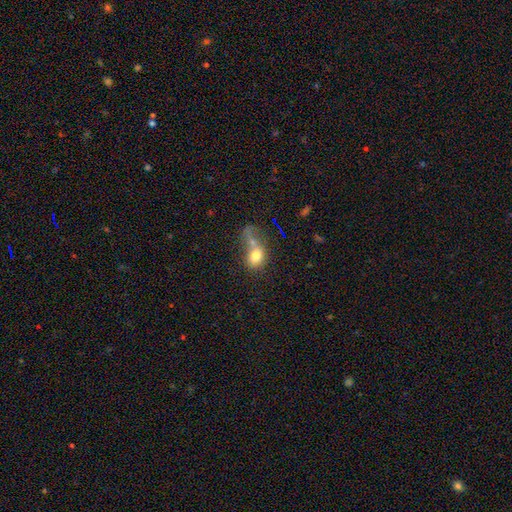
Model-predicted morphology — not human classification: Smooth or featured: smooth — 73% (featured or disk — 17%)
How rounded: in between — 59% (round — 39%)
Merging: merger — 57% (none — 17%)